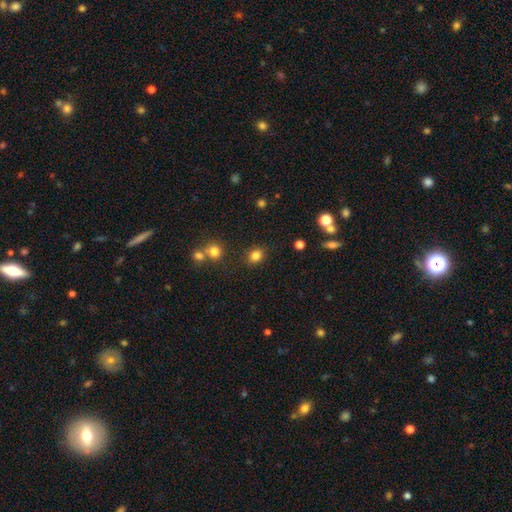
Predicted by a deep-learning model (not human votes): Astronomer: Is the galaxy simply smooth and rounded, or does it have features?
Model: smooth — 82%.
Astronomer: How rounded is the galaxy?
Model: round — 56% (runner-up: in between, 43%).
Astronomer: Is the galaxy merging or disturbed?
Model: none — 83%.